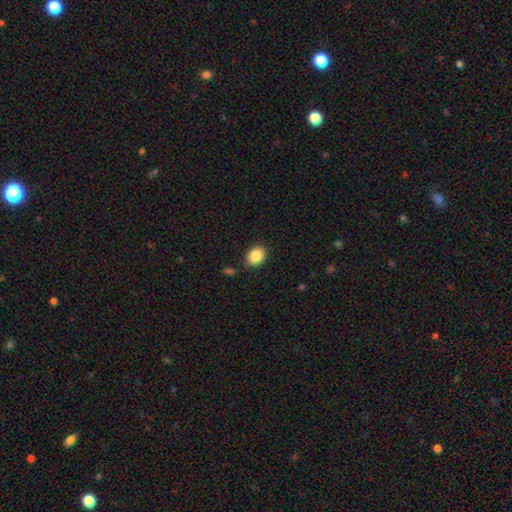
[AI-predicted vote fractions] This appears to be a smooth galaxy with no disk features (87%) that is in between round and cigar-shaped (51%). Merging: none (81%).